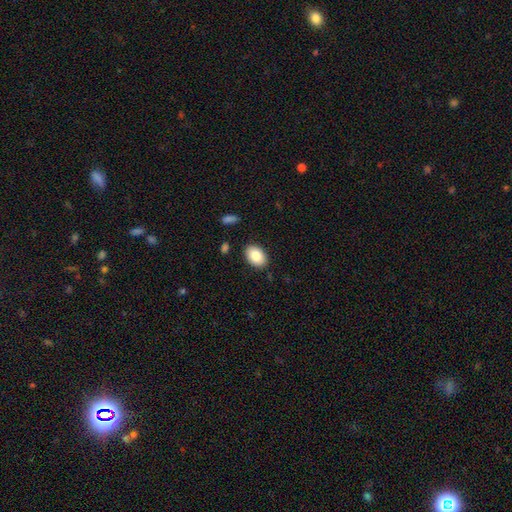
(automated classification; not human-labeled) This is clearly a smooth galaxy (86%). How rounded: clearly in between (85%). Merging: clearly none (88%).